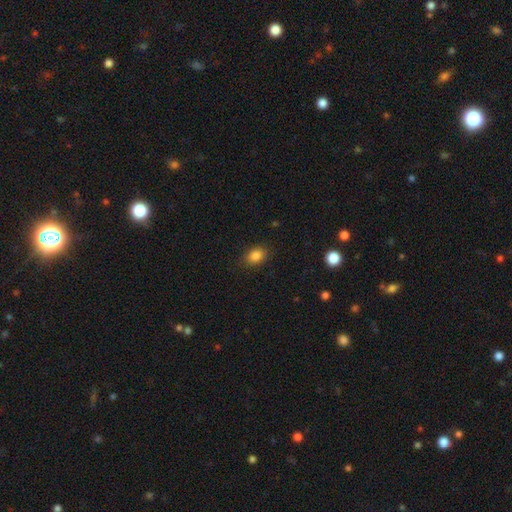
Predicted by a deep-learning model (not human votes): A smooth galaxy with no disk features (84%) that is in between round and cigar-shaped (69%). Merging: none (85%).